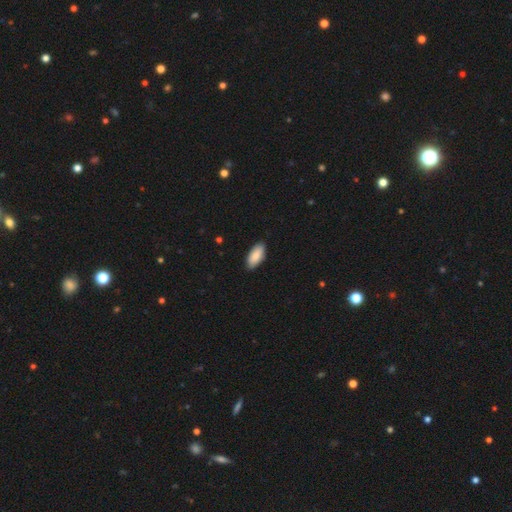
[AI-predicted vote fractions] Q: Smooth or featured?
A: smooth (86%); runner-up: featured or disk (9%)
Q: How rounded?
A: in between (90%); runner-up: cigar-shaped (9%)
Q: Merging?
A: none (88%); runner-up: minor disturbance (10%)